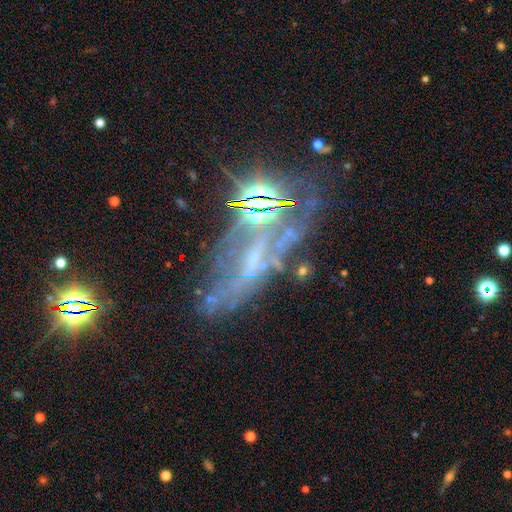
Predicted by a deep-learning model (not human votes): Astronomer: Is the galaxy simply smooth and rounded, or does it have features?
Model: featured or disk — 61%.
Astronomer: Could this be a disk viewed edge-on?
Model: no — 75%.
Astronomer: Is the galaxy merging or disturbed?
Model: none — 50%.